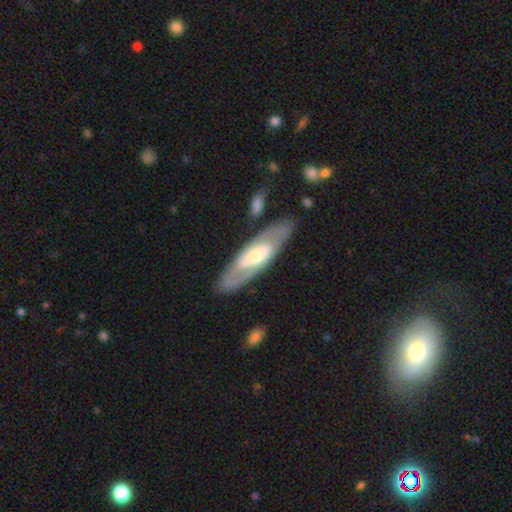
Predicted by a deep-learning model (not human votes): Smooth or featured? Predicted: featured or disk (p=0.69). Edge-on disk? Predicted: no (p=0.77). Bar? Predicted: no (p=0.47). Spiral arms? Predicted: yes (p=0.64). Bulge size? Predicted: moderate (p=0.55). Merging? Predicted: none (p=0.80).